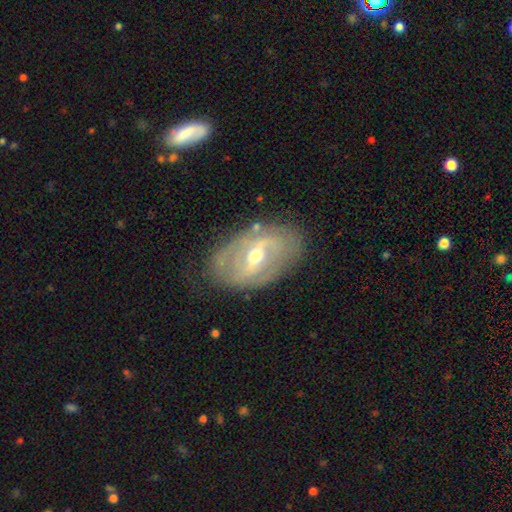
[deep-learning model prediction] Morphology: type=featured or disk (80%); edge-on=no (94%); bar=weak (43%); spiral arms=yes (75%); winding=tight (47%); arm count=2 (61%); bulge=moderate (66%); merging=none (76%).